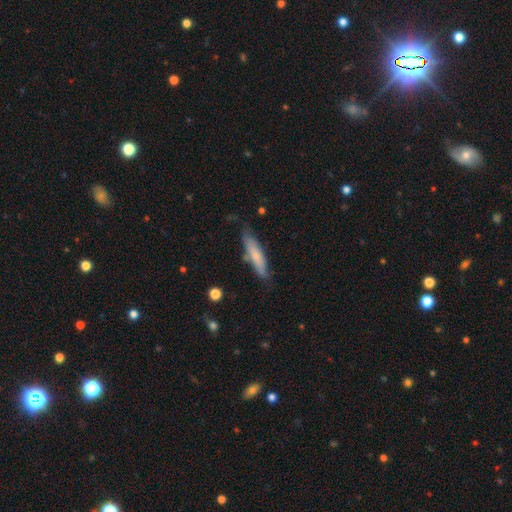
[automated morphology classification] smooth_or_featured: smooth (p=0.65) [alt: featured or disk p=0.29]
how_rounded: cigar-shaped (p=0.80) [alt: in between p=0.19]
merging: none (p=0.75) [alt: minor disturbance p=0.18]